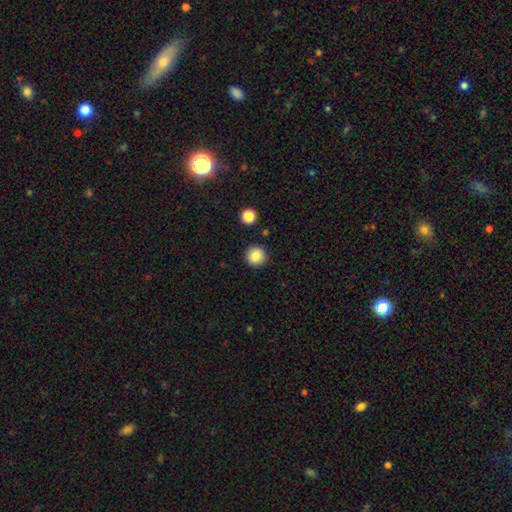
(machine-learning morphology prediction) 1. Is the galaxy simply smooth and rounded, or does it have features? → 87% smooth, 9% star or artifact, 3% featured or disk.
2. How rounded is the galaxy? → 94% round, 5% in between, 1% cigar-shaped.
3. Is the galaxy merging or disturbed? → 91% none, 6% minor disturbance, 2% major disturbance, 2% merger.